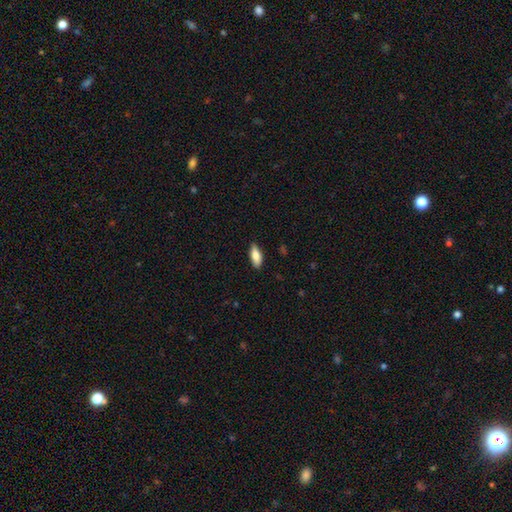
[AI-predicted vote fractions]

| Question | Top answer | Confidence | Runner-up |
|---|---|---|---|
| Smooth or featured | smooth | 80% | featured or disk (14%) |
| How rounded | in between | 73% | cigar-shaped (25%) |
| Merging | none | 86% | minor disturbance (11%) |